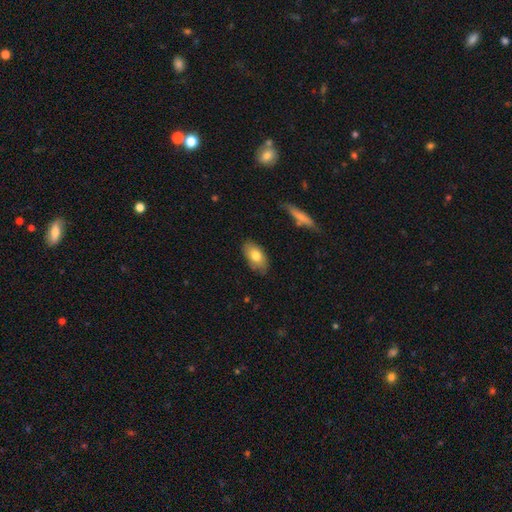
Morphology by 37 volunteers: Overall: smooth (76%). How rounded: in between (93%). Merging: none (71%).